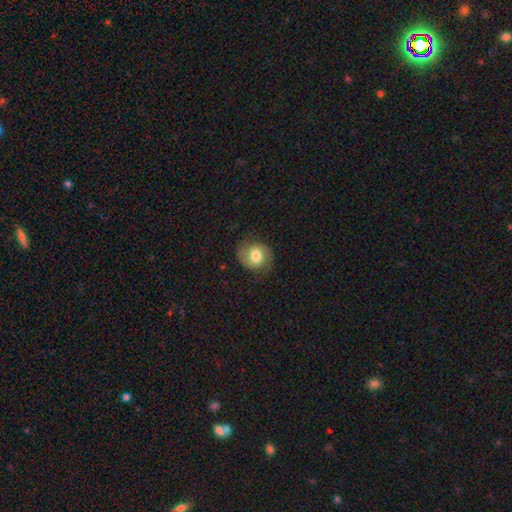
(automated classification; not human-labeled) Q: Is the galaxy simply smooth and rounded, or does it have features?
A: smooth — 50%.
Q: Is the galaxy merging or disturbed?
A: none — 75%.